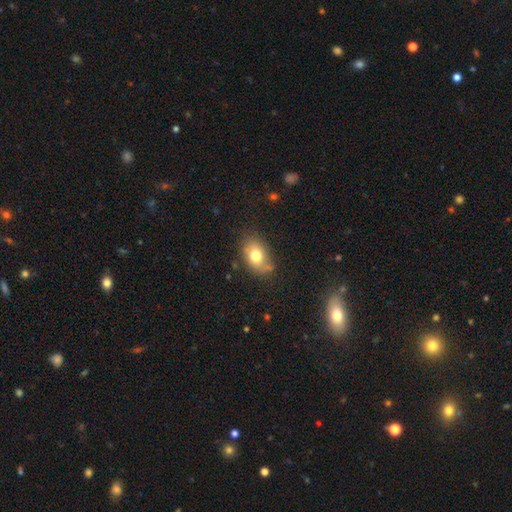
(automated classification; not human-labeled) Smooth or featured?
  - smooth: 74% *
  - featured or disk: 16%
  - star or artifact: 10%
How rounded?
  - in between: 75% *
  - round: 23%
  - cigar-shaped: 1%
Merging?
  - none: 66% *
  - minor disturbance: 23%
  - major disturbance: 6%
  - merger: 5%